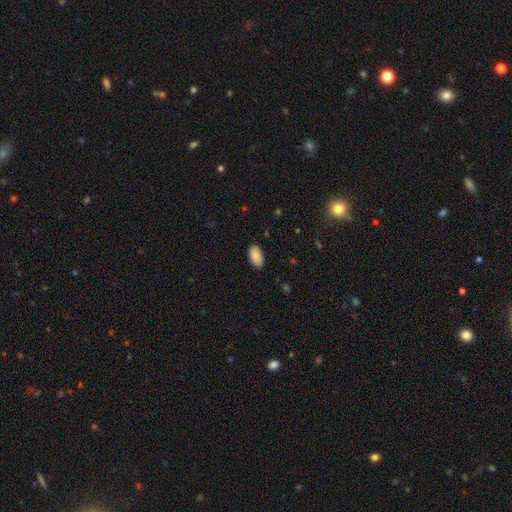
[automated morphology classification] The model was most divided on "merging": none: 83%, minor disturbance: 14%, major disturbance: 2%, merger: 1%. More confident: how rounded — in between (95%); smooth or featured — smooth (87%).